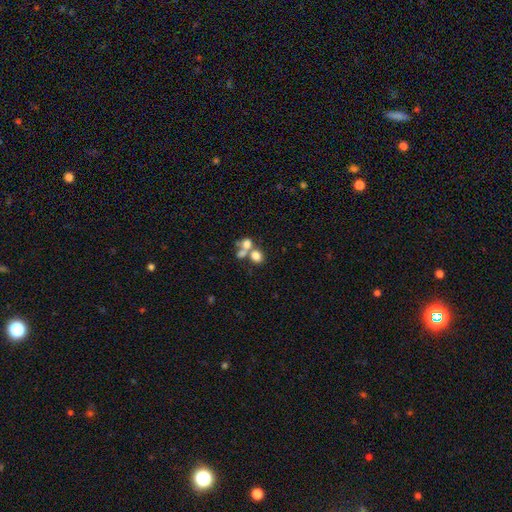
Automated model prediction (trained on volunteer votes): This is likely a smooth galaxy (72%). How rounded: likely round (69%). Merging: possibly merger (51%).